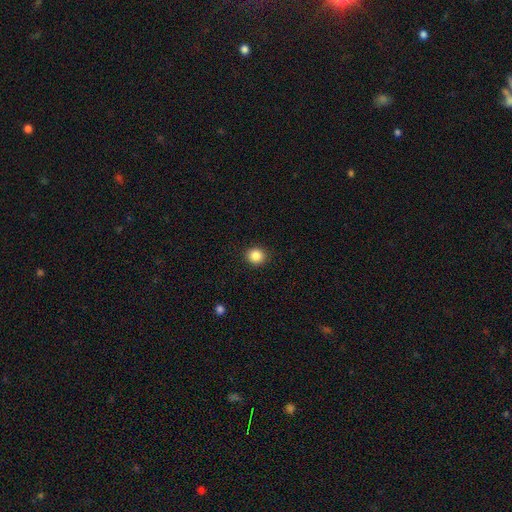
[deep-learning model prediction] Smooth or featured?
  - smooth: 87% *
  - star or artifact: 10%
  - featured or disk: 4%
How rounded?
  - round: 86% *
  - in between: 13%
  - cigar-shaped: 1%
Merging?
  - none: 92% *
  - minor disturbance: 5%
  - major disturbance: 2%
  - merger: 1%